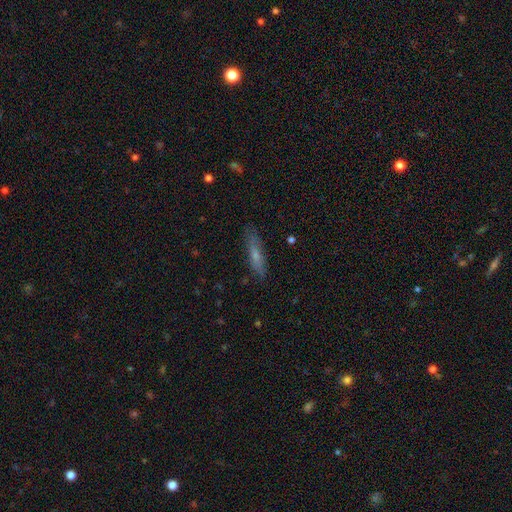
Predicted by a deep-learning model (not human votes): This is possibly a smooth galaxy (59%). How rounded: clearly cigar-shaped (80%). Merging: clearly none (82%).